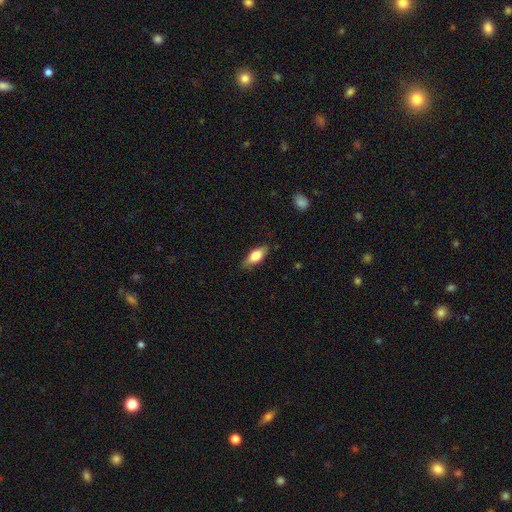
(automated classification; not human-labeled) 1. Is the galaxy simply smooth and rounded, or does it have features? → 74% smooth, 20% featured or disk, 6% star or artifact.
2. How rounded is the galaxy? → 79% in between, 17% cigar-shaped, 3% round.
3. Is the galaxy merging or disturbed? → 81% none, 15% minor disturbance, 3% major disturbance, 1% merger.